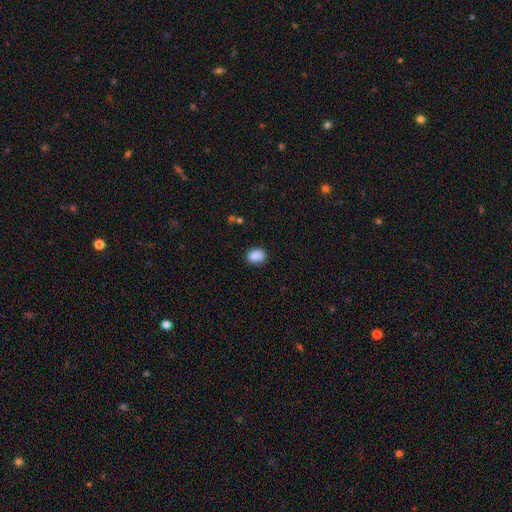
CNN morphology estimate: The model was most divided on "how rounded": in between: 60%, round: 39%, cigar-shaped: 1%. More confident: smooth or featured — smooth (88%); merging — none (84%).